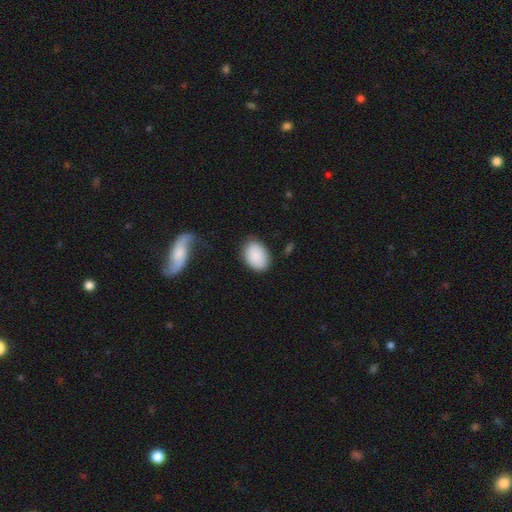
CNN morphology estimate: Q: Smooth or featured?
A: smooth (89%); runner-up: star or artifact (6%)
Q: How rounded?
A: in between (85%); runner-up: round (14%)
Q: Merging?
A: none (78%); runner-up: minor disturbance (15%)